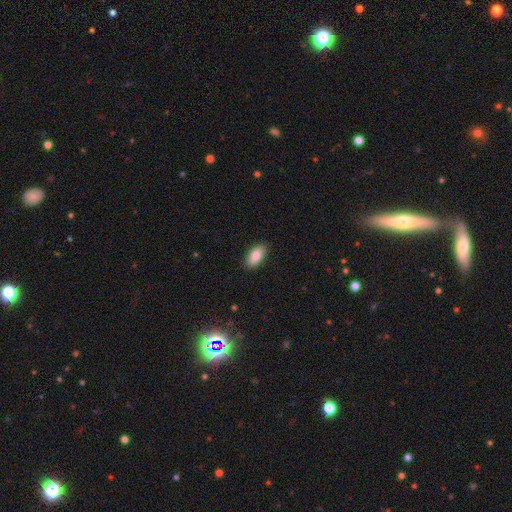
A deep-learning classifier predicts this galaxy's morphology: A smooth galaxy with no disk features (87%) that is in between round and cigar-shaped (91%).

Vote fractions:
- Smooth or featured? smooth: 87% / star or artifact: 7% / featured or disk: 6%
- How rounded? in between: 91% / cigar-shaped: 7% / round: 3%
- Merging? none: 87% / minor disturbance: 10% / major disturbance: 2% / merger: 1%